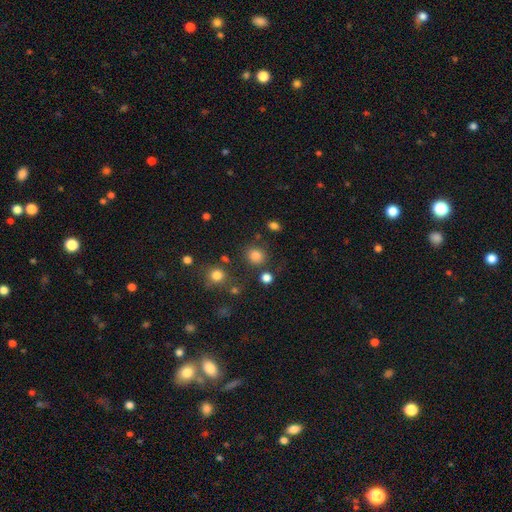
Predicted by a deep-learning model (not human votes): smooth 81%, star or artifact 14%, featured or disk 5%. Down the decision tree: how rounded — round (83%); merging — none (79%).